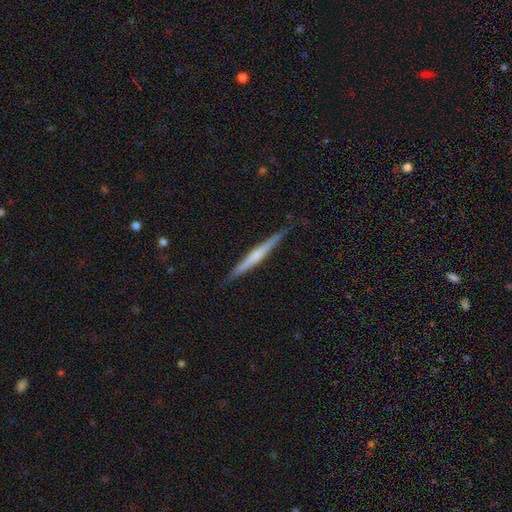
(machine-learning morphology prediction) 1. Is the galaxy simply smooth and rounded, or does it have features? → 60% featured or disk, 34% smooth, 5% star or artifact.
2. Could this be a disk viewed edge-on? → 98% yes, 2% no.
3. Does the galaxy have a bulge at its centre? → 48% none, 42% rounded, 10% boxy.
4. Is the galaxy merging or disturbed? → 85% none, 11% minor disturbance, 2% major disturbance, 1% merger.